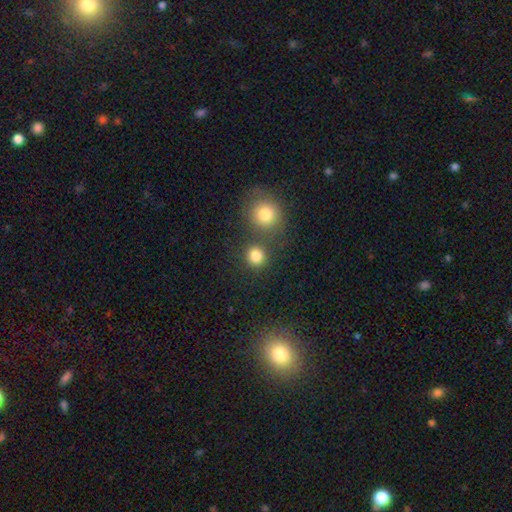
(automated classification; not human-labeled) A smooth galaxy with no disk features (82%) that is round (89%). Merging: none (71%).